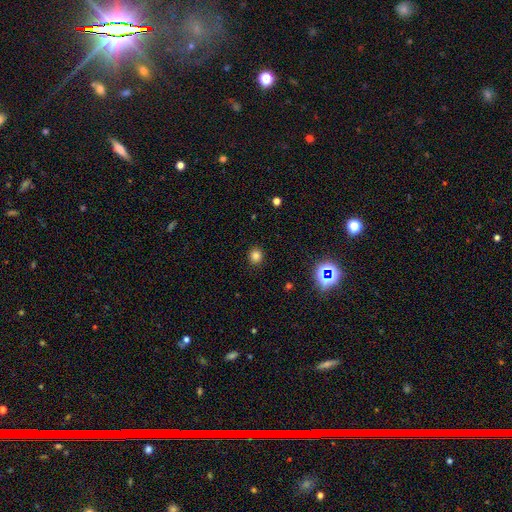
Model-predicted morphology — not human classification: smooth_or_featured: smooth (p=0.80) [alt: star or artifact p=0.15]
how_rounded: round (p=0.84) [alt: in between p=0.15]
merging: none (p=0.90) [alt: minor disturbance p=0.06]